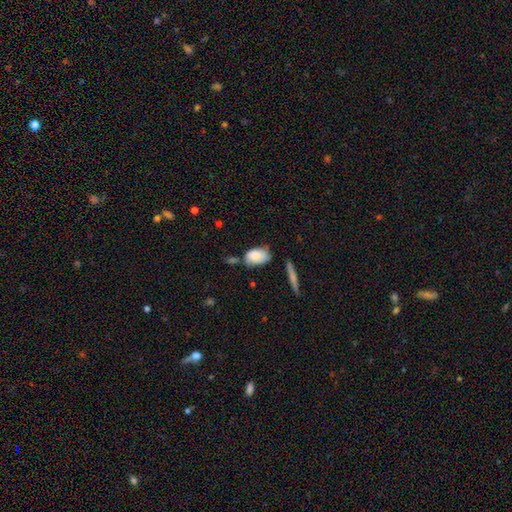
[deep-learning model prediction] smooth 79%, featured or disk 14%, star or artifact 7%. Down the decision tree: how rounded — in between (89%); merging — none (46%).